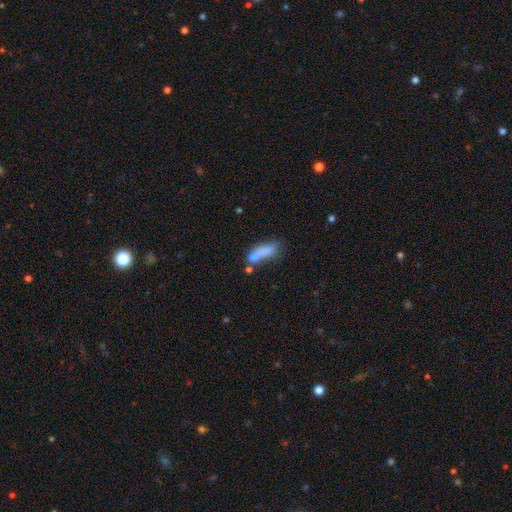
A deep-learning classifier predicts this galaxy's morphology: smooth_or_featured: smooth (p=0.68) [alt: featured or disk p=0.20]
how_rounded: in between (p=0.56) [alt: cigar-shaped p=0.40]
merging: merger (p=0.38) [alt: none p=0.32]